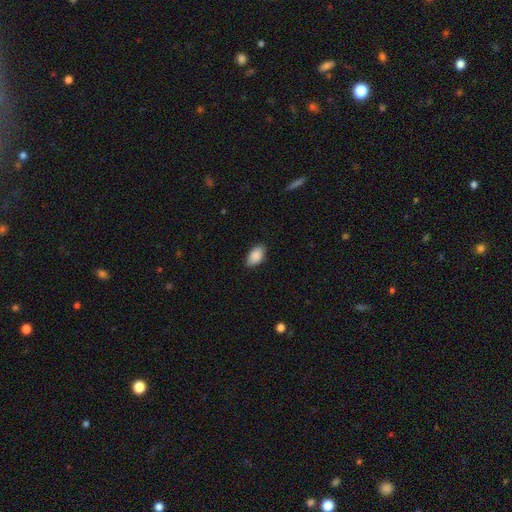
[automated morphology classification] Overall: smooth (89%). How rounded: in between (94%). Merging: none (83%).